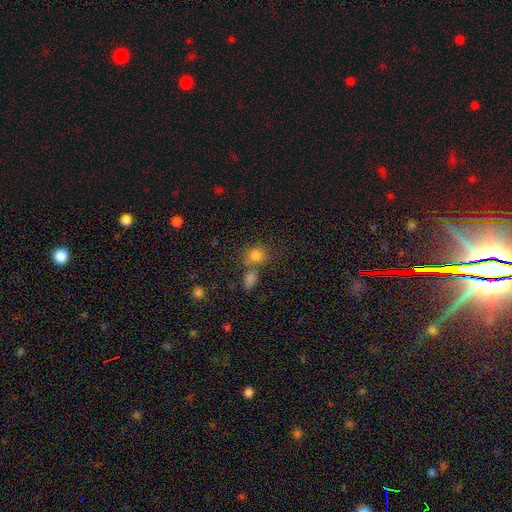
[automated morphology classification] This is likely a smooth galaxy (79%). How rounded: likely round (72%). Merging: possibly none (56%).